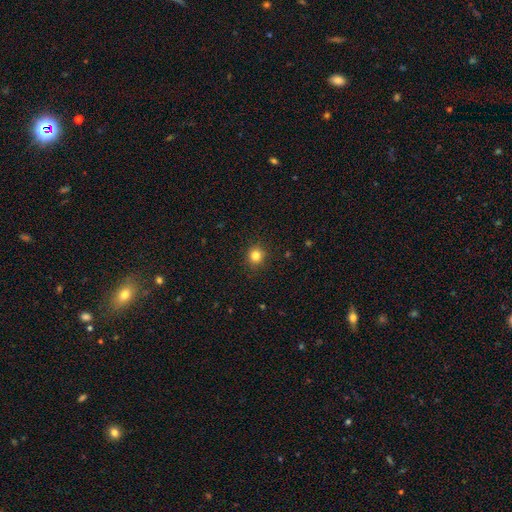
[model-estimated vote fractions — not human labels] The model was most divided on "smooth or featured": smooth: 83%, star or artifact: 12%, featured or disk: 5%. More confident: merging — none (91%); how rounded — round (90%).